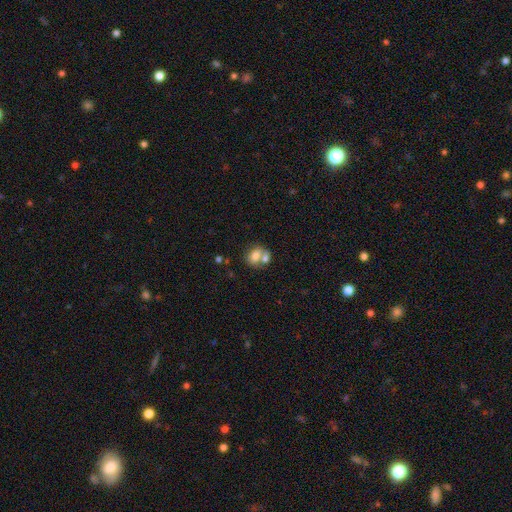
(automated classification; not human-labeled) Q: Smooth or featured?
A: smooth (74%); runner-up: featured or disk (17%)
Q: How rounded?
A: in between (62%); runner-up: round (37%)
Q: Merging?
A: merger (52%); runner-up: none (33%)